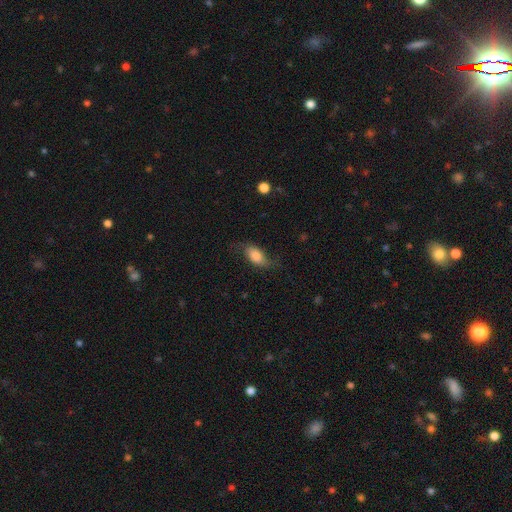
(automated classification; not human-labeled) This appears to be a smooth galaxy with no disk features (64%) that is in between round and cigar-shaped (87%). Merging: none (62%).